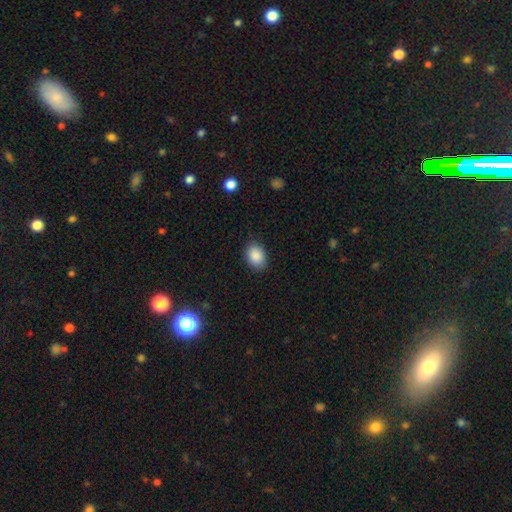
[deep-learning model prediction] Morphology: type=smooth (88%); roundness=in between (67%); merging=none (83%).